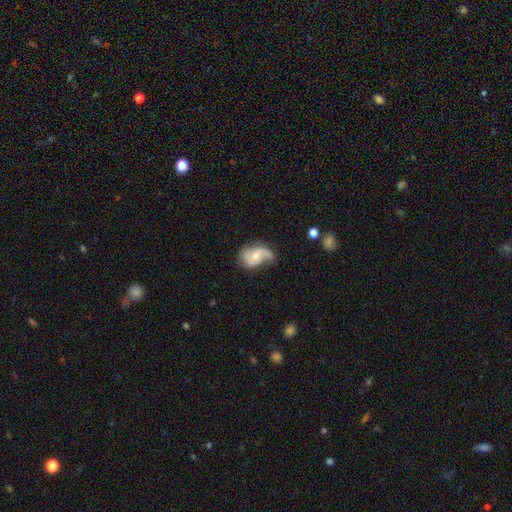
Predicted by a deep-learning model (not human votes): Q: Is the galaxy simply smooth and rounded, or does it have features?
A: featured or disk — 69%.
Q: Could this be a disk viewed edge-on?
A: no — 97%.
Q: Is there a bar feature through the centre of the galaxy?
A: no — 64%.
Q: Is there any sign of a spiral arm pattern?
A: yes — 88%.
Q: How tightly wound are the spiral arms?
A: loose — 43%.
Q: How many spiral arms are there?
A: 2 — 65%.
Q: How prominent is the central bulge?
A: moderate — 51%.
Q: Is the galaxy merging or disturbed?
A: none — 43%.